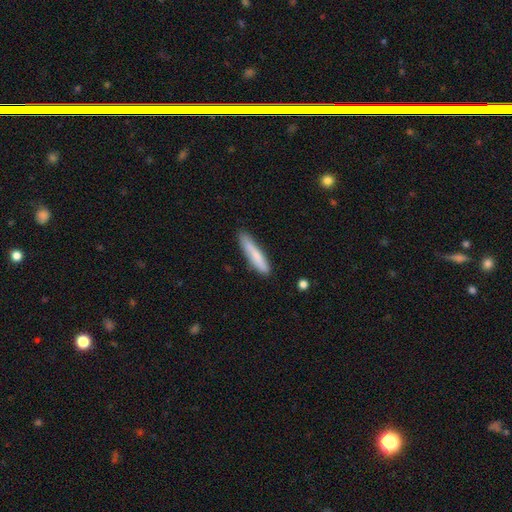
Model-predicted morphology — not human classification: The model was most divided on "smooth or featured": smooth: 77%, featured or disk: 17%, star or artifact: 6%. More confident: how rounded — cigar-shaped (90%); merging — none (80%).